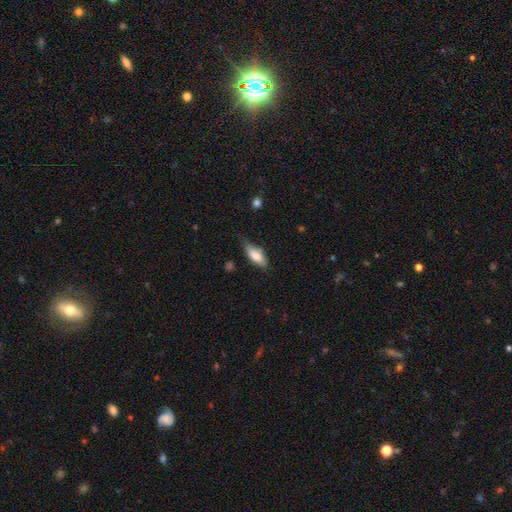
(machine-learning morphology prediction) This is likely a smooth galaxy (76%). How rounded: likely in between (72%). Merging: possibly none (57%).